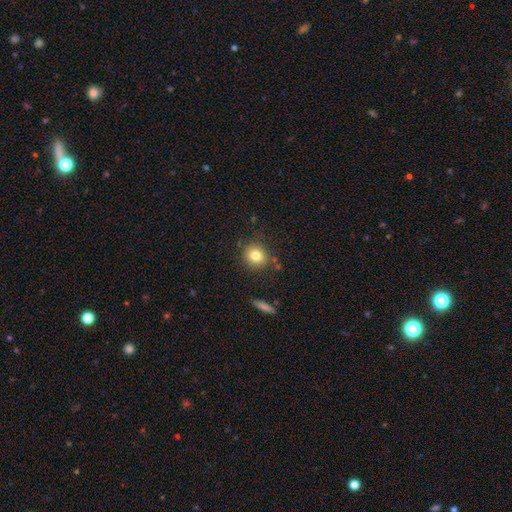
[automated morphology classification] smooth_or_featured: smooth (p=0.80) [alt: star or artifact p=0.11]
how_rounded: round (p=0.84) [alt: in between p=0.15]
merging: none (p=0.83) [alt: minor disturbance p=0.10]